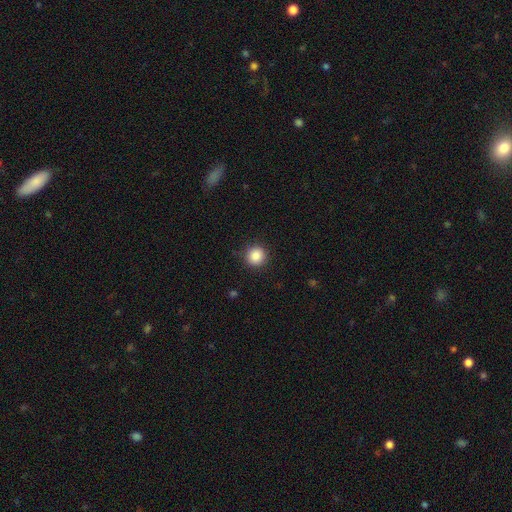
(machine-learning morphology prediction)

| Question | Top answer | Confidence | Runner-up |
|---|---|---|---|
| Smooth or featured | smooth | 86% | star or artifact (10%) |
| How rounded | round | 93% | in between (6%) |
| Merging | none | 89% | minor disturbance (8%) |